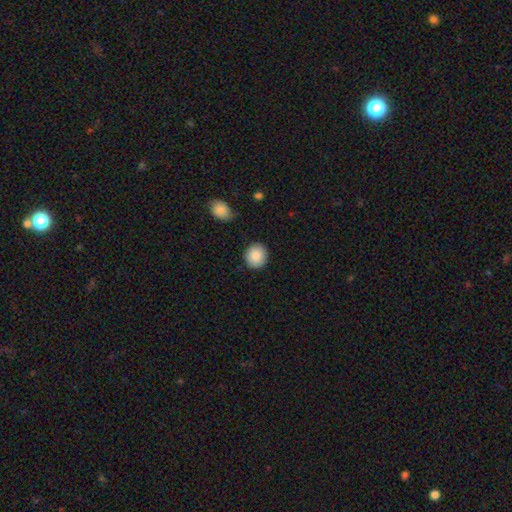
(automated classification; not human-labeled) Smooth or featured? Predicted: smooth (p=0.88). How rounded? Predicted: round (p=0.85). Merging? Predicted: none (p=0.88).